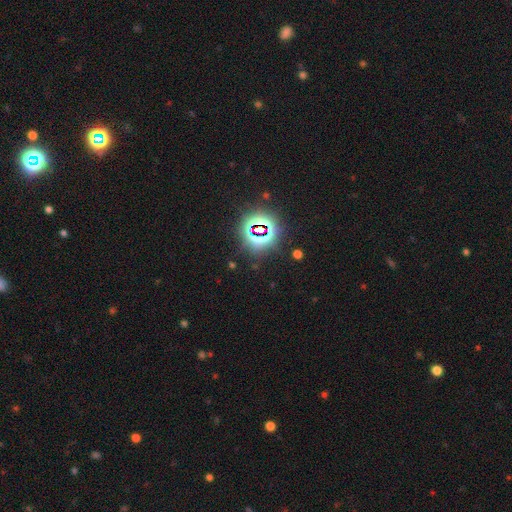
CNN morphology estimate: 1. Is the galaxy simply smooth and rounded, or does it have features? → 81% star or artifact, 12% smooth, 7% featured or disk.